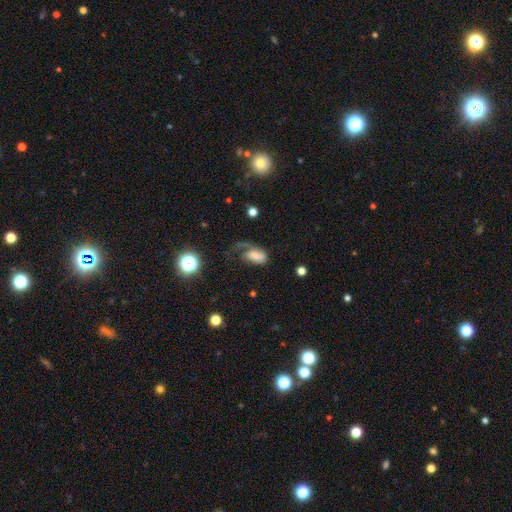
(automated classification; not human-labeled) Overall: smooth (53%; featured or disk 36%). How rounded: in between (89%). Merging: major disturbance (49%; none 26%).